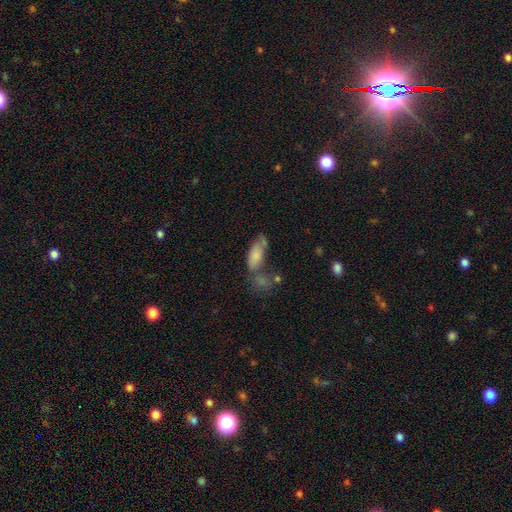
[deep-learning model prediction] The model was most divided on "merging": none: 35%, merger: 27%, minor disturbance: 22%, major disturbance: 15%. More confident: how rounded — in between (82%); smooth or featured — smooth (75%).